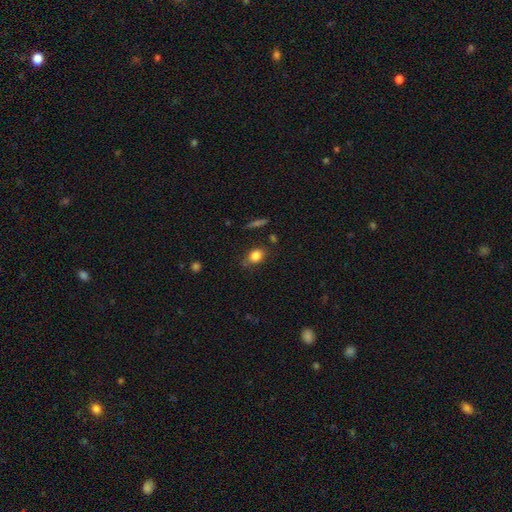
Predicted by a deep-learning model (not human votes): This is clearly a smooth galaxy (82%). How rounded: likely in between (60%). Merging: likely none (74%).